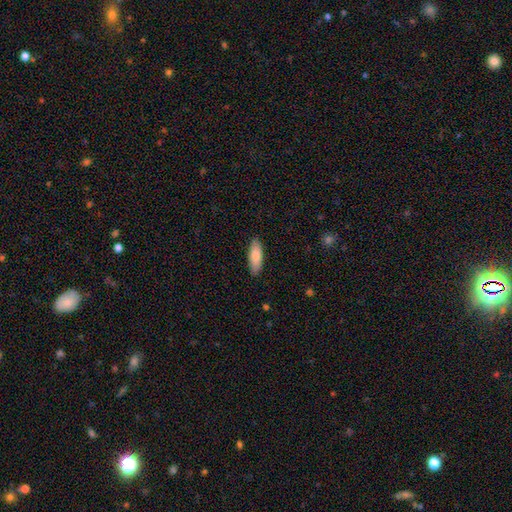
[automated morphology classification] Q: Smooth or featured?
A: smooth (82%); runner-up: featured or disk (13%)
Q: How rounded?
A: in between (64%); runner-up: cigar-shaped (34%)
Q: Merging?
A: none (88%); runner-up: minor disturbance (9%)